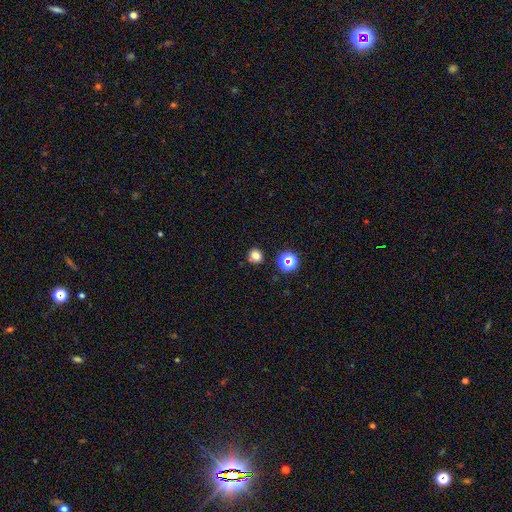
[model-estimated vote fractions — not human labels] smooth 75%, star or artifact 18%, featured or disk 7%. Down the decision tree: how rounded — round (83%); merging — none (83%).